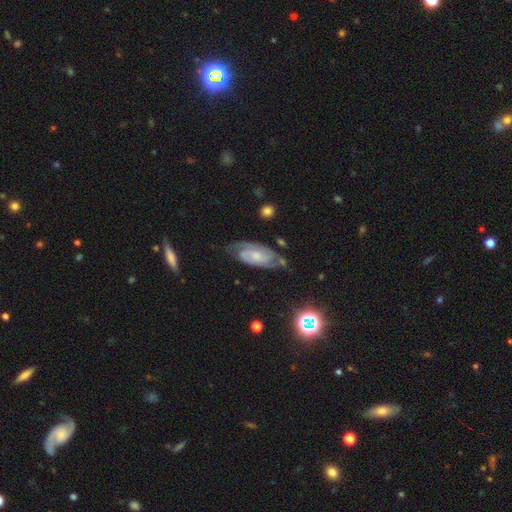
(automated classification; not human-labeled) Q: Smooth or featured?
A: featured or disk (83%); runner-up: smooth (11%)
Q: Edge-on disk?
A: no (94%); runner-up: yes (6%)
Q: Bar?
A: no (60%); runner-up: weak (32%)
Q: Spiral arms?
A: yes (96%); runner-up: no (4%)
Q: Spiral winding?
A: tight (56%); runner-up: medium (36%)
Q: Spiral arm count?
A: 2 (73%); runner-up: can't tell (13%)
Q: Bulge size?
A: small (52%); runner-up: moderate (33%)
Q: Merging?
A: none (68%); runner-up: minor disturbance (20%)